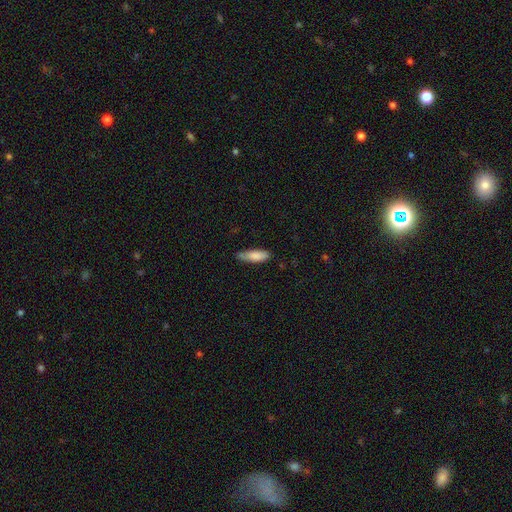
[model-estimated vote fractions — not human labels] Smooth or featured: smooth — 84% (featured or disk — 10%)
How rounded: in between — 52% (cigar-shaped — 47%)
Merging: none — 66% (minor disturbance — 28%)